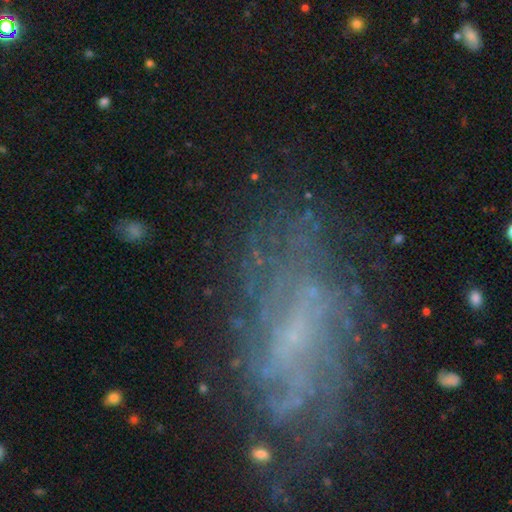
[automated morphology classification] Smooth or featured: featured or disk — 73% (smooth — 14%)
Edge-on disk: no — 93% (yes — 7%)
Bar: no — 53% (weak — 37%)
Spiral arms: yes — 80% (no — 20%)
Spiral winding: tight — 42% (medium — 35%)
Spiral arm count: can't tell — 54% (4 — 11%)
Bulge size: small — 59% (none — 27%)
Merging: none — 67% (minor disturbance — 18%)